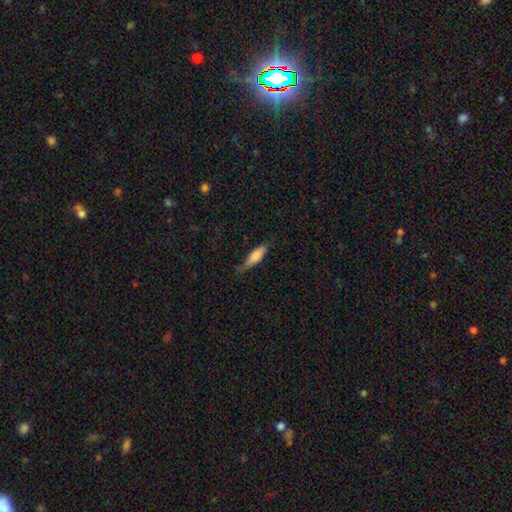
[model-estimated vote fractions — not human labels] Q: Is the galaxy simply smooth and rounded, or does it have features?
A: smooth — 79%.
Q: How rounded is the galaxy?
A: in between — 58%.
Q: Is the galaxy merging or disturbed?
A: none — 44%.